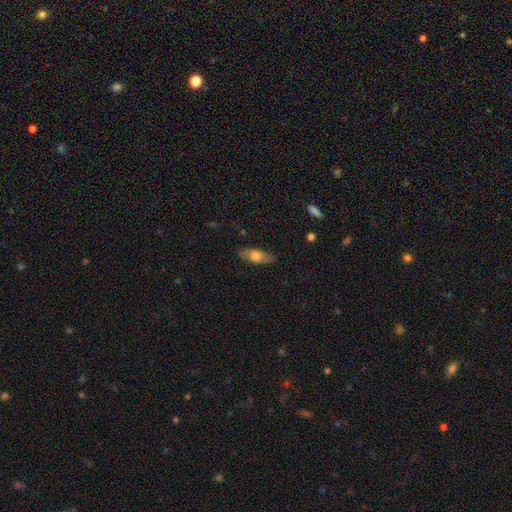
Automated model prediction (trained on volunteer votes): A smooth galaxy with no disk features (64%) that is in between round and cigar-shaped (73%). Merging: none (84%).